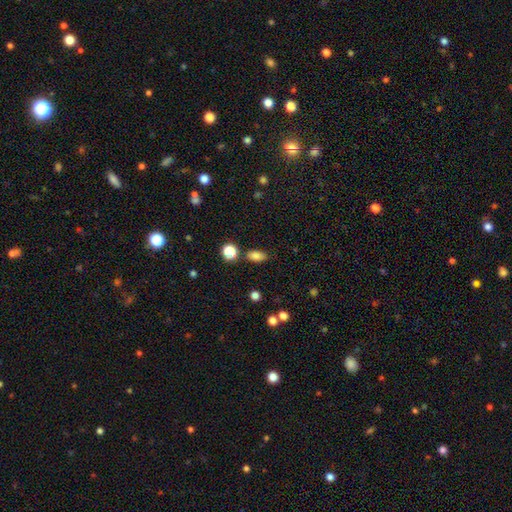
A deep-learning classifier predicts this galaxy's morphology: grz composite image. It shows a smooth galaxy with no disk features (83%) that is in between round and cigar-shaped (86%). Merging: none (78%).